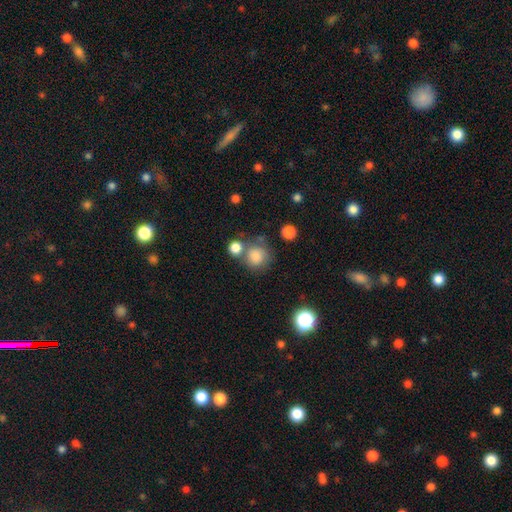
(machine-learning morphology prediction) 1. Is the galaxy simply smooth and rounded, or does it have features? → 82% smooth, 11% star or artifact, 7% featured or disk.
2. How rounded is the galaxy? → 87% round, 12% in between, 1% cigar-shaped.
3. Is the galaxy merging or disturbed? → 59% none, 21% merger, 13% minor disturbance, 7% major disturbance.